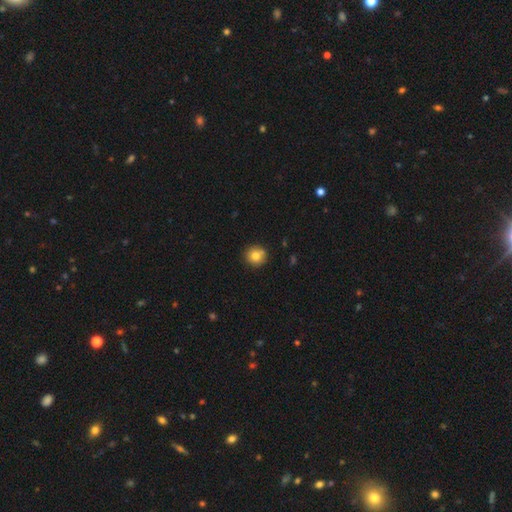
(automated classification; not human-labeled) Morphology: type=smooth (81%); roundness=round (92%); merging=none (85%).